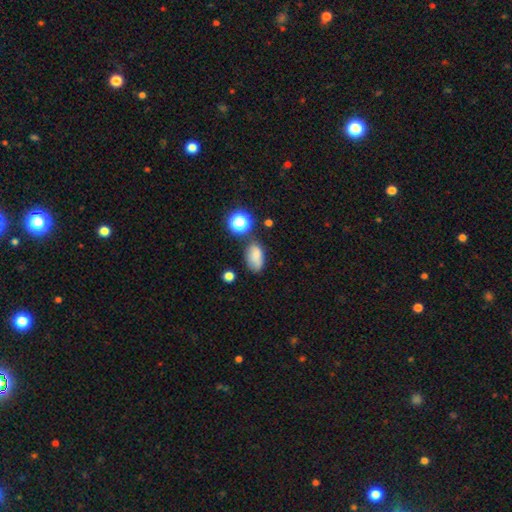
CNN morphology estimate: type=smooth (77%); roundness=in between (87%); merging=none (60%).